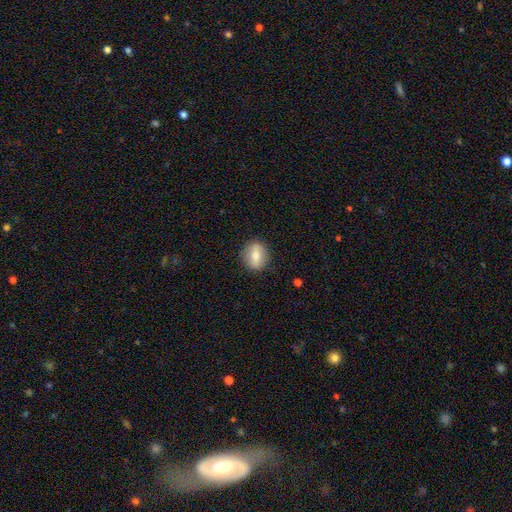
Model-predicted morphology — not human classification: A smooth galaxy with no disk features (64%) that is round (62%). Merging: none (87%).